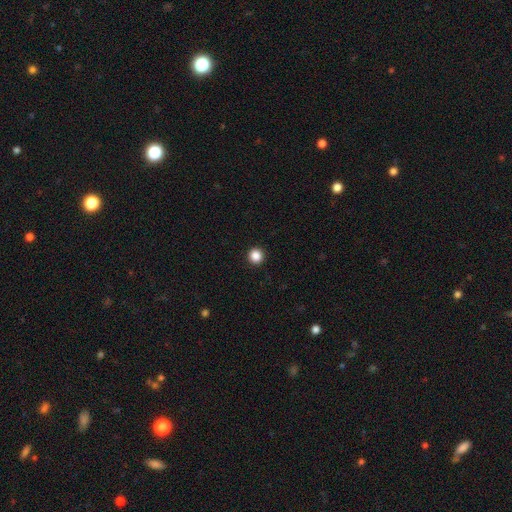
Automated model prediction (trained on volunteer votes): Morphology: type=smooth (87%); roundness=round (96%); merging=none (94%).